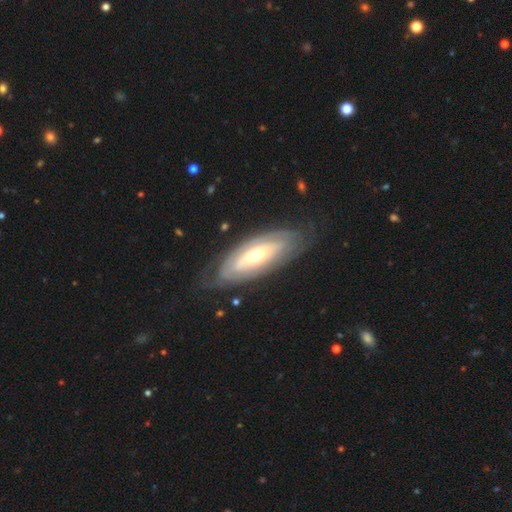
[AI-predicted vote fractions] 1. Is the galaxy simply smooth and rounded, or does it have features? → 73% featured or disk, 22% smooth, 5% star or artifact.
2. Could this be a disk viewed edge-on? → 85% no, 15% yes.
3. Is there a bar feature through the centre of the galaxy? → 75% no, 16% weak, 8% strong.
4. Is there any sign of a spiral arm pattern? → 69% yes, 31% no.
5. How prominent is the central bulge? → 54% moderate, 38% small, 5% large, 1% dominant, 1% none.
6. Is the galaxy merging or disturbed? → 74% none, 18% minor disturbance, 7% major disturbance, 2% merger.